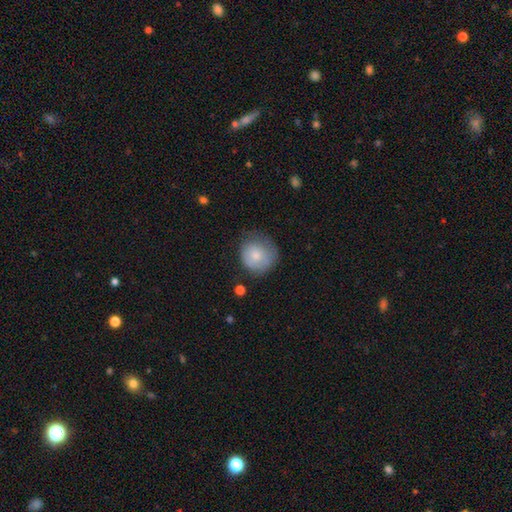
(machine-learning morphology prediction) Overall: smooth (75%). How rounded: round (87%). Merging: none (57%; minor disturbance 30%).